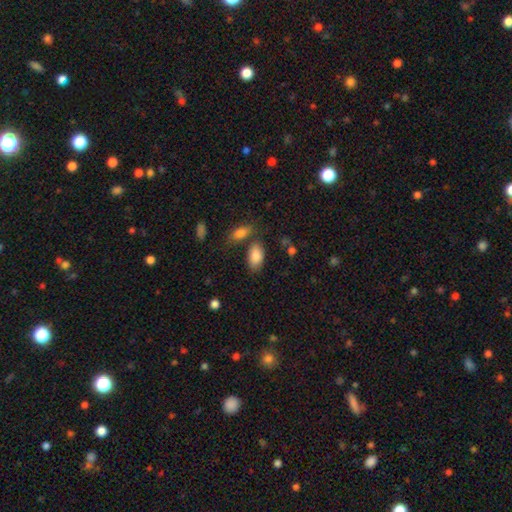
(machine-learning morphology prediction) A smooth galaxy with no disk features (86%) that is in between round and cigar-shaped (93%). Merging: none (66%).